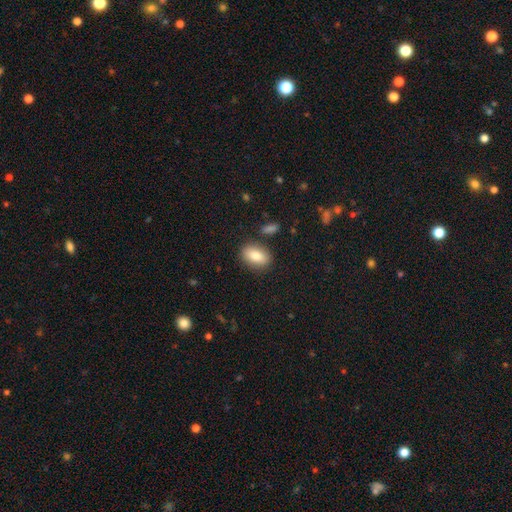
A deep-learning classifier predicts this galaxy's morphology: This is clearly a smooth galaxy (83%). How rounded: clearly in between (86%). Merging: clearly none (83%).